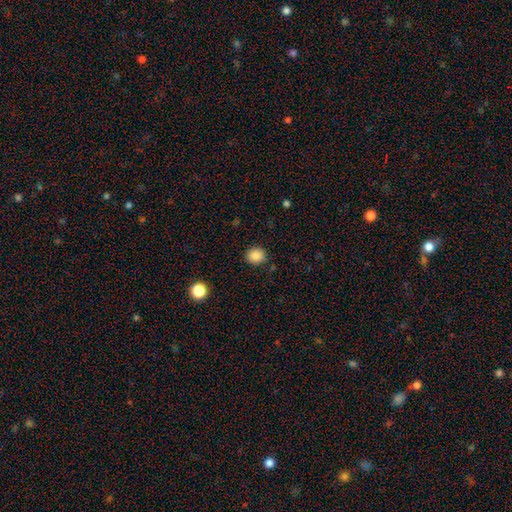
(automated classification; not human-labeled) Morphology: type=smooth (86%); roundness=round (79%); merging=none (87%).